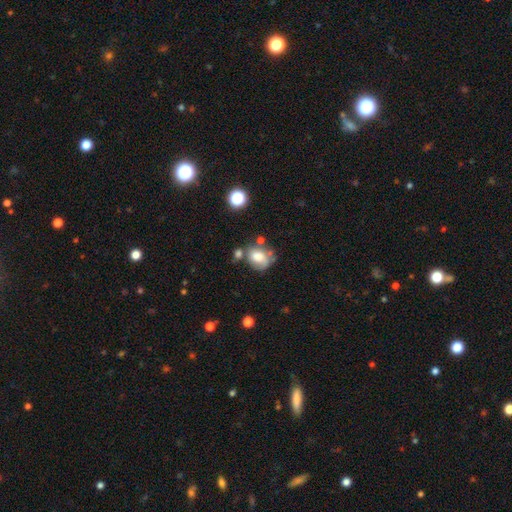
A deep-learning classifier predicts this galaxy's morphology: This is likely a smooth galaxy (61%). How rounded: possibly in between (53%). Merging: marginally none (39%).